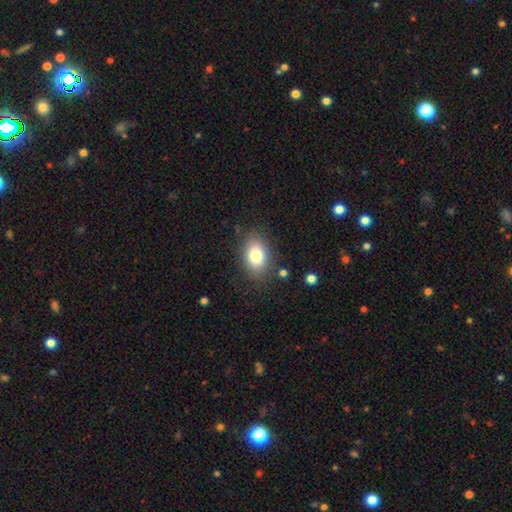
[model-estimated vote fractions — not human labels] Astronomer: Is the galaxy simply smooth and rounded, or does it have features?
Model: smooth — 78%.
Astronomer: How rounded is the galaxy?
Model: in between — 81%.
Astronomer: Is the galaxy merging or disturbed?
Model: none — 82%.